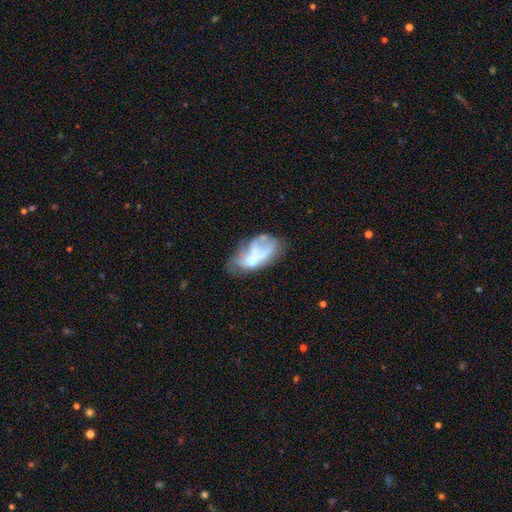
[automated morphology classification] A featured or disk galaxy (46%).

Vote fractions:
- Smooth or featured? featured or disk: 46% / smooth: 45% / star or artifact: 10%
- Merging? none: 35% / major disturbance: 29% / minor disturbance: 28% / merger: 9%